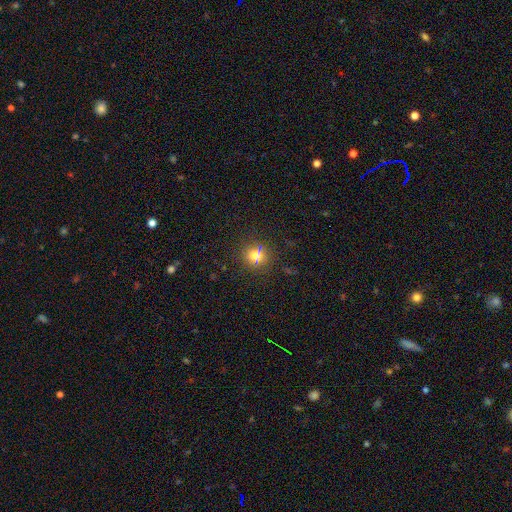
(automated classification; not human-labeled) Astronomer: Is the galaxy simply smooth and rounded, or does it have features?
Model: smooth — 68%.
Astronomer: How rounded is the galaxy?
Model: round — 88%.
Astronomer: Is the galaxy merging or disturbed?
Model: none — 84%.